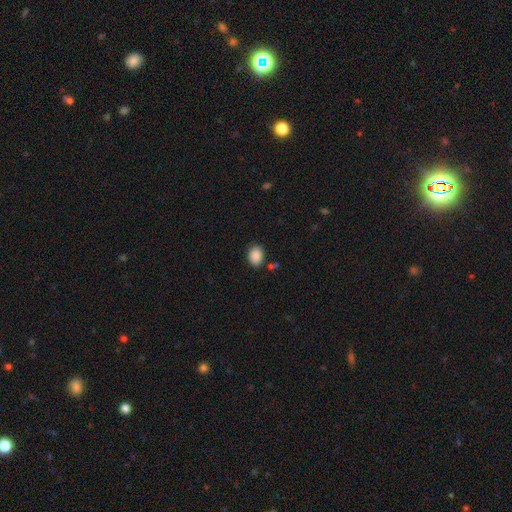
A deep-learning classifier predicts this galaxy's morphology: This is clearly a smooth galaxy (89%). How rounded: likely in between (68%). Merging: clearly none (82%).